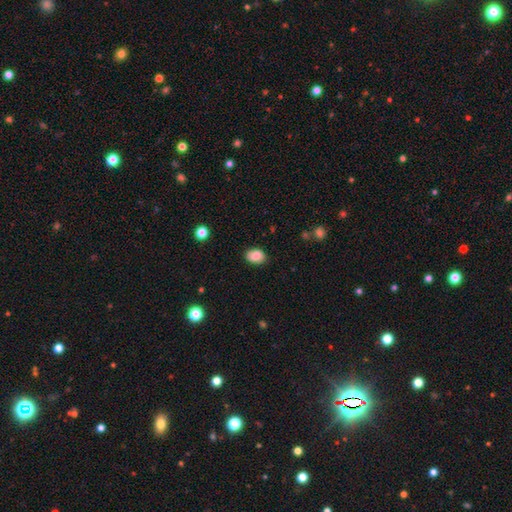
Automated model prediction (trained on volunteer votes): smooth-or-featured: smooth: 85% | star or artifact: 8% | featured or disk: 7%
  how-rounded: in between: 76% | round: 23% | cigar-shaped: 1%
  merging: none: 84% | minor disturbance: 12% | major disturbance: 2% | merger: 1%